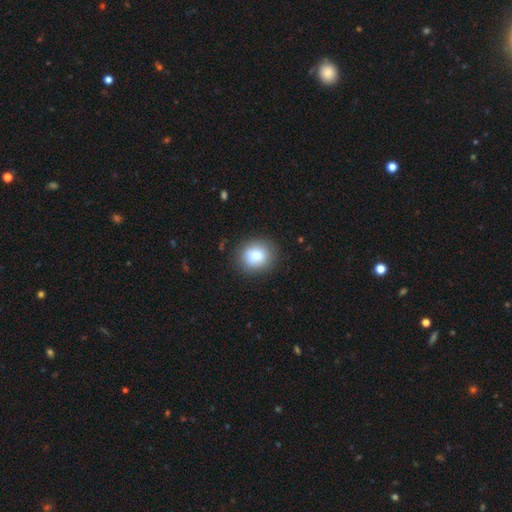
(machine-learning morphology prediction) Overall: smooth (83%). How rounded: round (73%). Merging: none (85%).